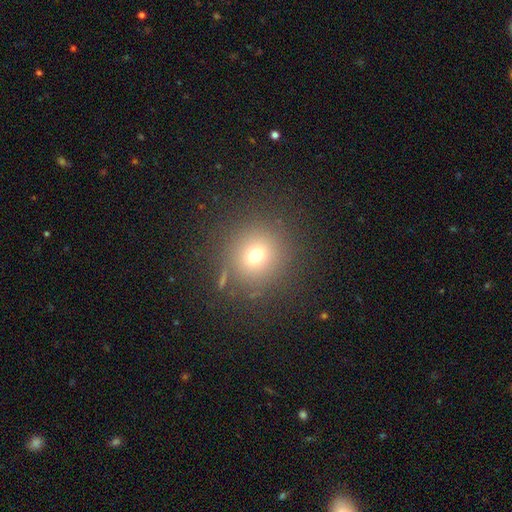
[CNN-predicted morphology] smooth_or_featured: smooth (p=0.70) [alt: star or artifact p=0.19]
how_rounded: round (p=0.90) [alt: in between p=0.09]
merging: none (p=0.84) [alt: minor disturbance p=0.08]